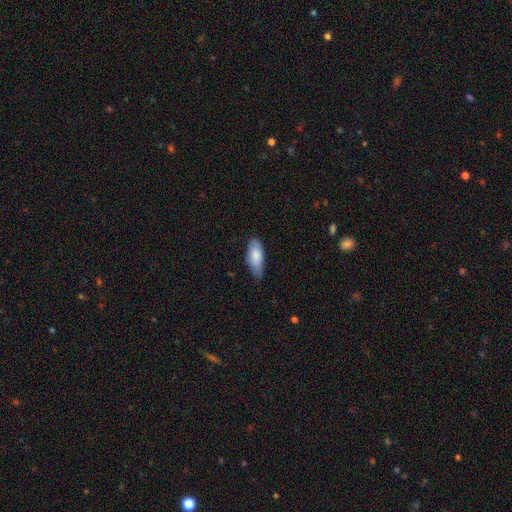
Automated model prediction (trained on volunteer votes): smooth 83%, featured or disk 12%, star or artifact 6%. Down the decision tree: how rounded — in between (81%); merging — none (61%).